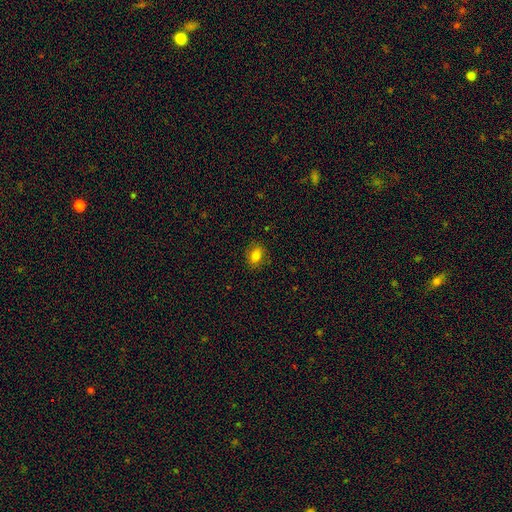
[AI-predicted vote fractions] smooth_or_featured: smooth (p=0.79) [alt: star or artifact p=0.11]
how_rounded: in between (p=0.66) [alt: round p=0.32]
merging: none (p=0.85) [alt: minor disturbance p=0.12]